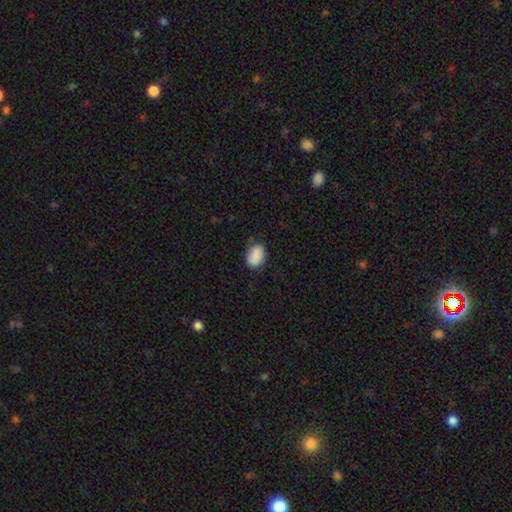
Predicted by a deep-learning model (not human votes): A smooth galaxy with no disk features (88%) that is in between round and cigar-shaped (84%).

Vote fractions:
- Smooth or featured? smooth: 88% / star or artifact: 7% / featured or disk: 5%
- How rounded? in between: 84% / round: 15% / cigar-shaped: 1%
- Merging? none: 77% / minor disturbance: 18% / major disturbance: 4% / merger: 1%